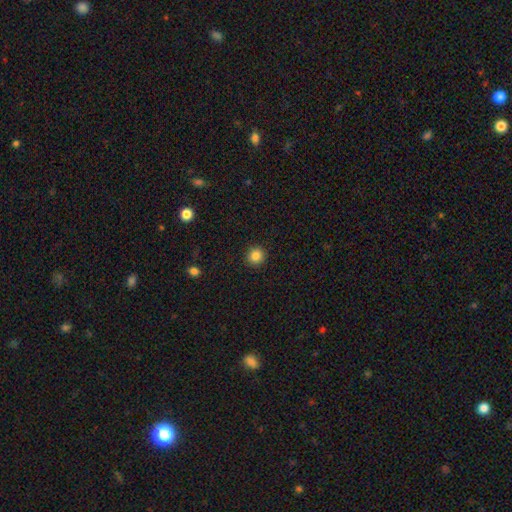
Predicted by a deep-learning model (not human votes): This appears to be a smooth galaxy with no disk features (85%) that is round (93%). Merging: none (92%).